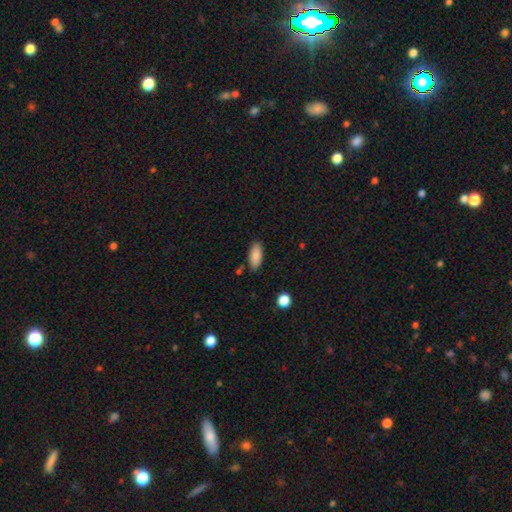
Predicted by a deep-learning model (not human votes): Smooth or featured: smooth — 88% (star or artifact — 7%)
How rounded: in between — 86% (cigar-shaped — 12%)
Merging: none — 84% (minor disturbance — 11%)